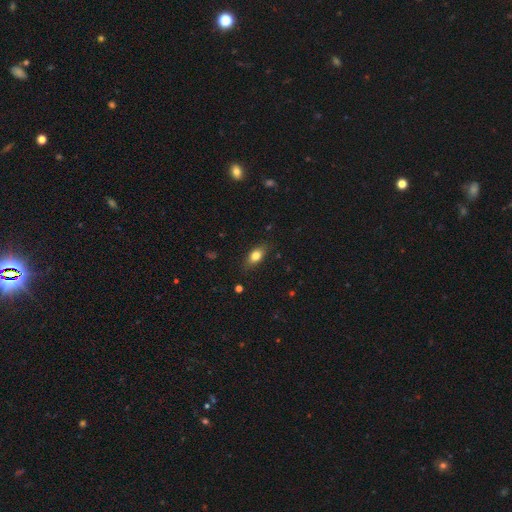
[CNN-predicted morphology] Overall: smooth (79%). How rounded: in between (81%). Merging: none (82%).